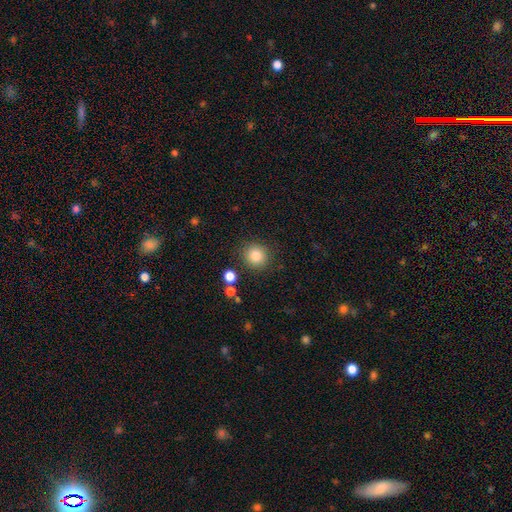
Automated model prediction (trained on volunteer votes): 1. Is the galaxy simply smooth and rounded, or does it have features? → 83% smooth, 11% star or artifact, 6% featured or disk.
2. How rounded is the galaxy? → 92% round, 7% in between, 1% cigar-shaped.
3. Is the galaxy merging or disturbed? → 88% none, 7% minor disturbance, 3% merger, 3% major disturbance.